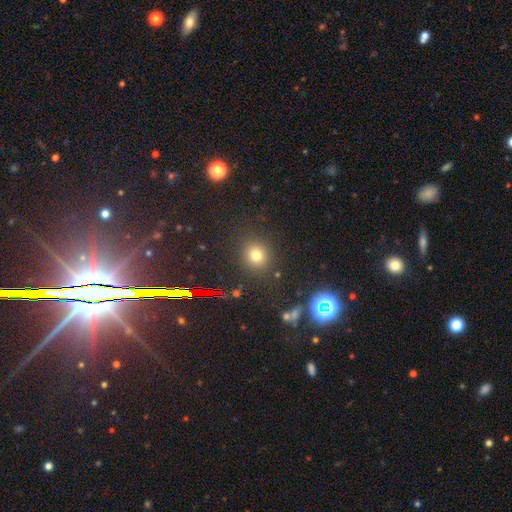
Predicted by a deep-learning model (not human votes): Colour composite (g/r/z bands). It shows a smooth galaxy with no disk features (70%) that is round (83%). Merging: none (87%).